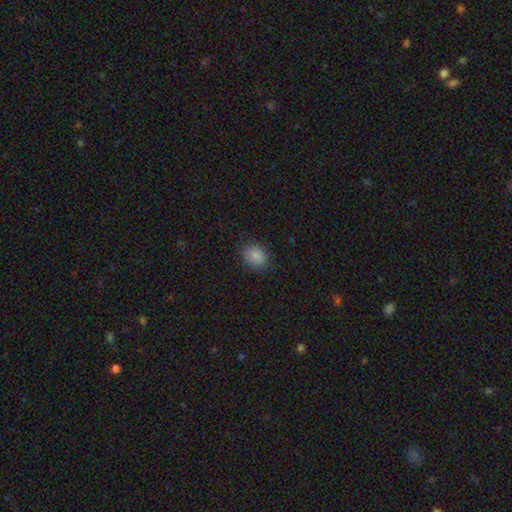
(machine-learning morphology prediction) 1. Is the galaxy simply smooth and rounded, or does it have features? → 87% smooth, 9% star or artifact, 4% featured or disk.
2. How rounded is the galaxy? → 53% round, 46% in between, 1% cigar-shaped.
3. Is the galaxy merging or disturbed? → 84% none, 12% minor disturbance, 3% major disturbance, 1% merger.